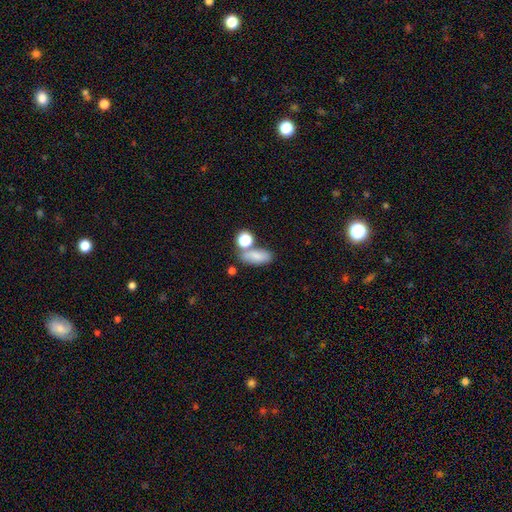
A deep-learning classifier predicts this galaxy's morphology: Overall: smooth (78%). How rounded: in between (76%). Merging: none (56%; merger 23%).